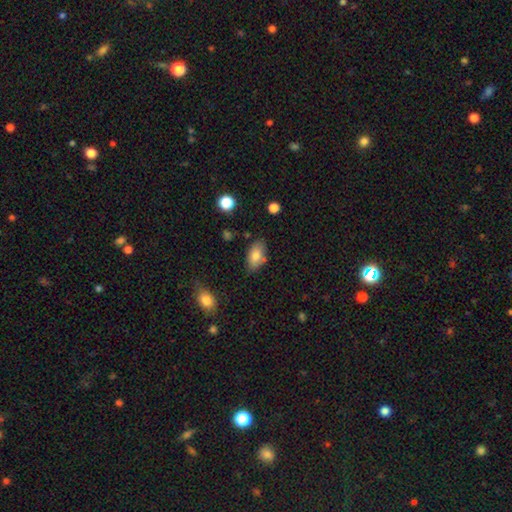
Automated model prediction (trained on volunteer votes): This appears to be a smooth galaxy with no disk features (81%) that is in between round and cigar-shaped (92%). Merging: none (76%).